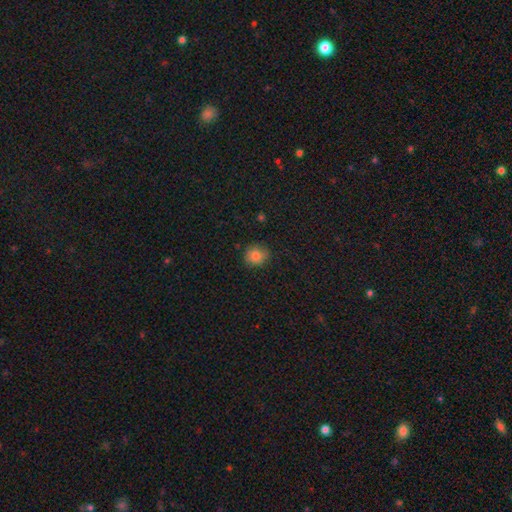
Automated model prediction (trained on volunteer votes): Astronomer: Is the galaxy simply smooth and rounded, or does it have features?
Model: smooth — 82%.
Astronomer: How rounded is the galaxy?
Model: round — 83%.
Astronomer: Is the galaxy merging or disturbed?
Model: none — 79%.